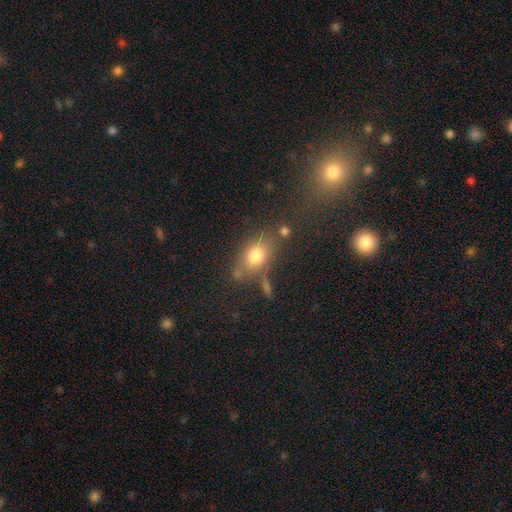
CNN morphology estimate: Smooth or featured? smooth (75%)
How rounded? in between (71%)
Merging? none (65%)